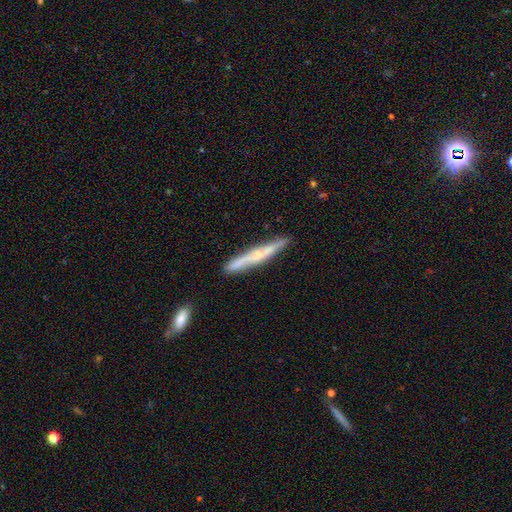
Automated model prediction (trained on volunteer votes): The model was most divided on "edge-on bulge": none: 46%, rounded: 42%, boxy: 11%. More confident: edge-on disk — yes (93%); merging — none (82%); smooth or featured — featured or disk (56%).